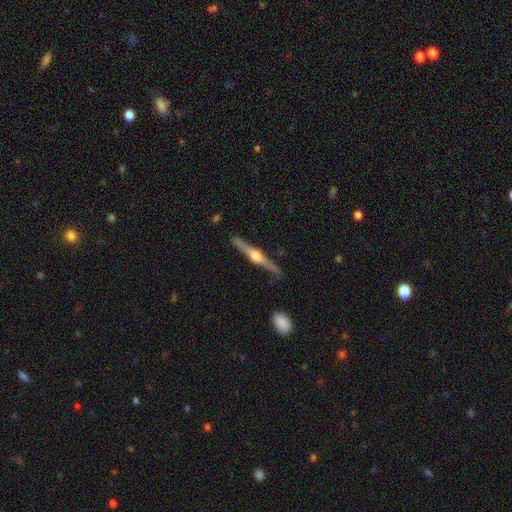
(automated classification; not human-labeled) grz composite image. It shows a featured or disk galaxy (84%) viewed edge-on (98%) with a rounded central bulge (94%). Merging: none (89%).